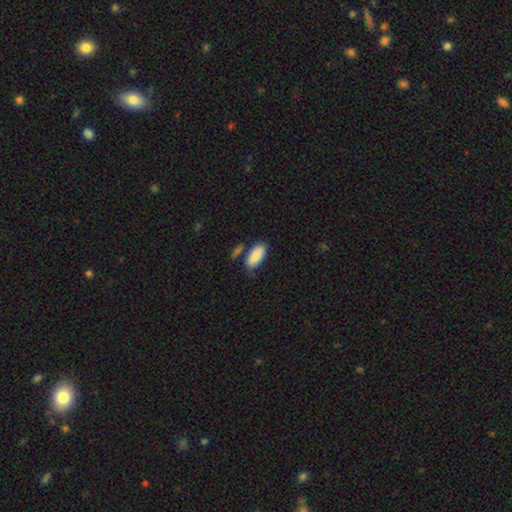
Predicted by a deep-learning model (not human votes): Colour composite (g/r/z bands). It shows a smooth galaxy with no disk features (88%) that is in between round and cigar-shaped (89%). Merging: none (72%).